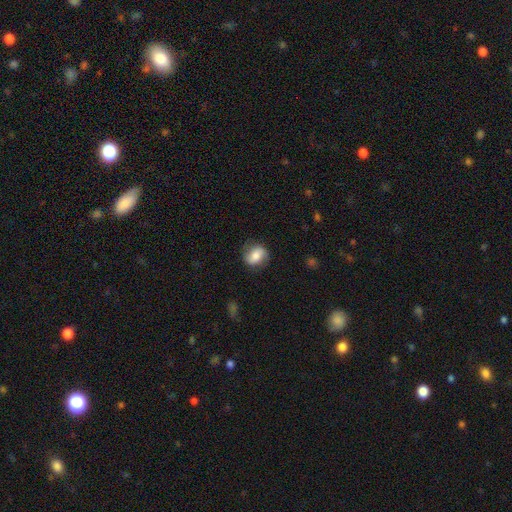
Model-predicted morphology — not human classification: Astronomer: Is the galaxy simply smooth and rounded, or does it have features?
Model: smooth — 60%.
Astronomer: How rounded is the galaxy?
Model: round — 55% (runner-up: in between, 44%).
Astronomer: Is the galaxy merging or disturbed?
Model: none — 77%.